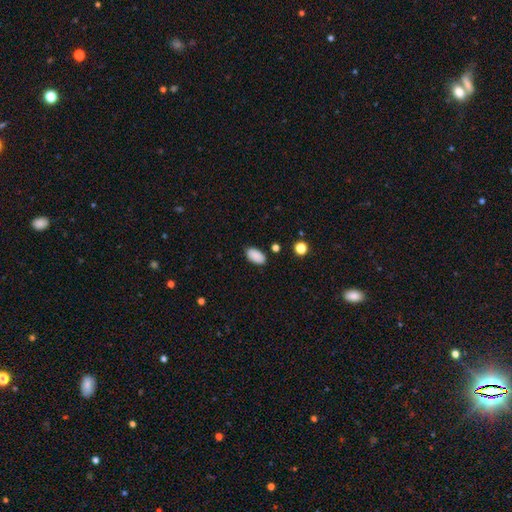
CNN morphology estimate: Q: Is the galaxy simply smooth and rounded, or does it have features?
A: smooth — 89%.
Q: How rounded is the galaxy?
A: in between — 94%.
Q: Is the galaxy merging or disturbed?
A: none — 86%.